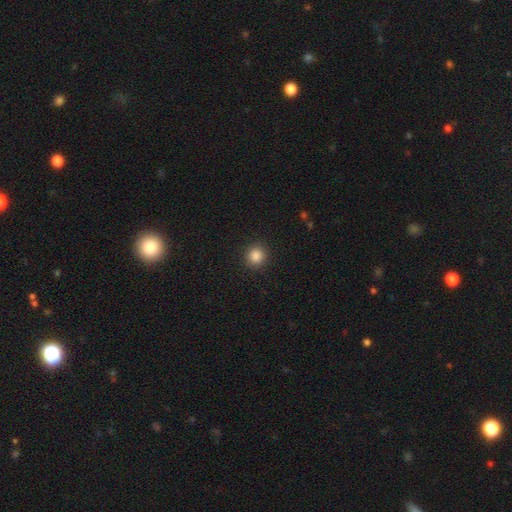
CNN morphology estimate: smooth_or_featured: smooth (p=0.85) [alt: star or artifact p=0.11]
how_rounded: round (p=0.91) [alt: in between p=0.08]
merging: none (p=0.91) [alt: minor disturbance p=0.06]